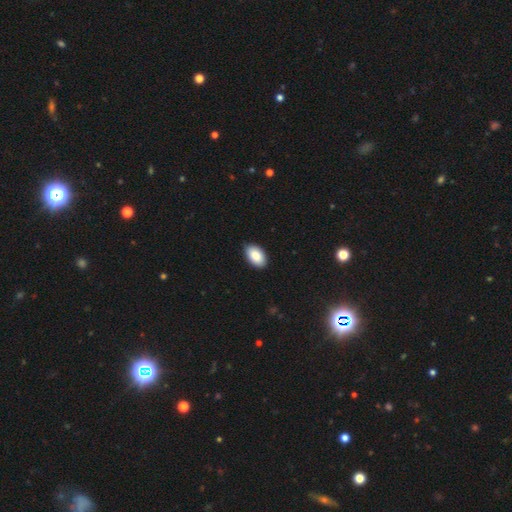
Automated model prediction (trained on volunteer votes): This appears to be a smooth galaxy with no disk features (89%) that is in between round and cigar-shaped (95%). Merging: none (88%).